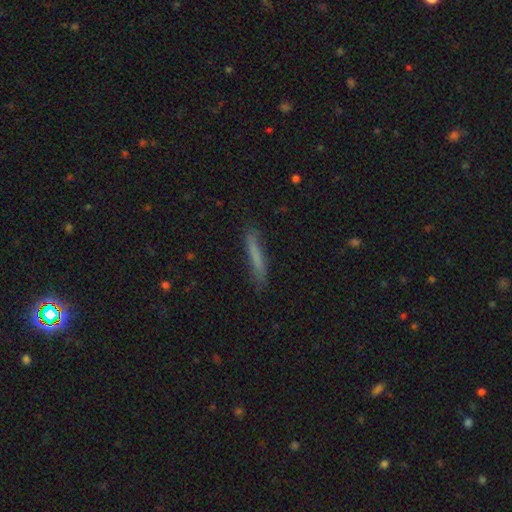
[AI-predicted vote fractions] Smooth or featured? Predicted: smooth (p=0.69). How rounded? Predicted: cigar-shaped (p=0.94). Merging? Predicted: none (p=0.81).